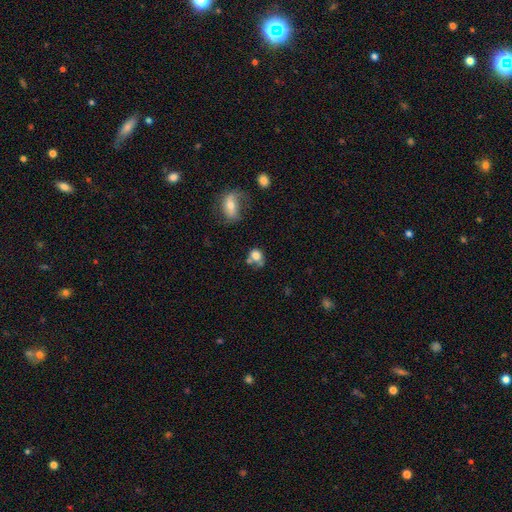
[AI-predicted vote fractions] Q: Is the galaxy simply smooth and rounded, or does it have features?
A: smooth — 75%.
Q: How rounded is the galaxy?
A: round — 59%.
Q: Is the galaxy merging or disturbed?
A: none — 38%.